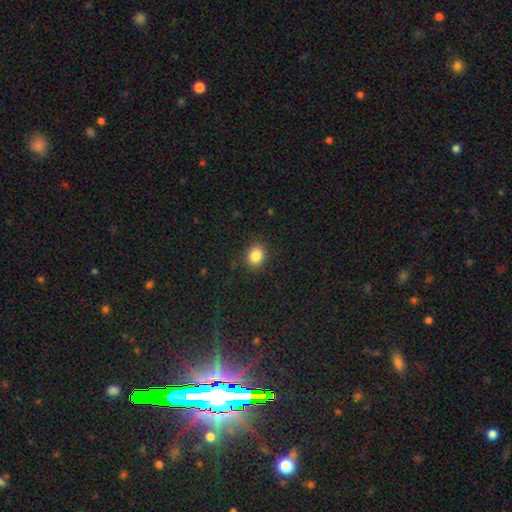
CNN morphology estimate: Smooth or featured: smooth — 85% (star or artifact — 10%)
How rounded: round — 63% (in between — 36%)
Merging: none — 87% (minor disturbance — 9%)